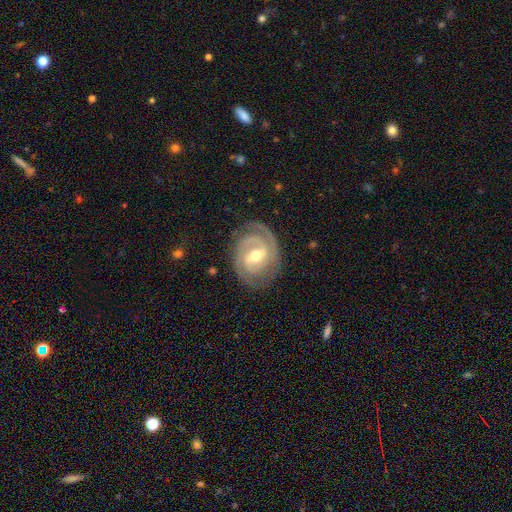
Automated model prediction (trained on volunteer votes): featured or disk 90%, smooth 6%, star or artifact 4%. Down the decision tree: edge-on disk — no (97%); bar — weak (48%); spiral arms — yes (97%); spiral arm count — 2 (69%); spiral winding — tight (71%); bulge size — moderate (73%); merging — none (80%).